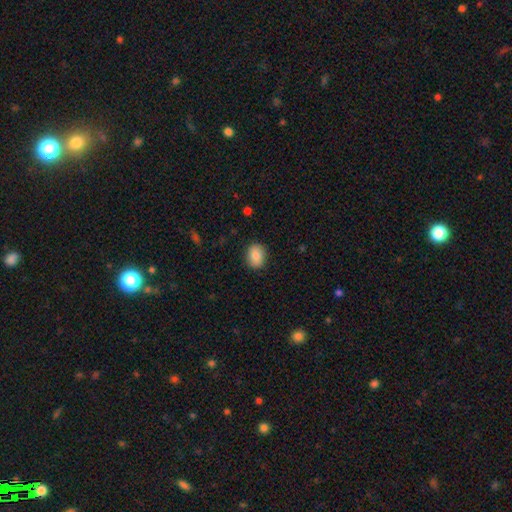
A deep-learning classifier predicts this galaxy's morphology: smooth_or_featured: smooth (p=0.86) [alt: star or artifact p=0.08]
how_rounded: in between (p=0.57) [alt: round p=0.42]
merging: none (p=0.88) [alt: minor disturbance p=0.09]